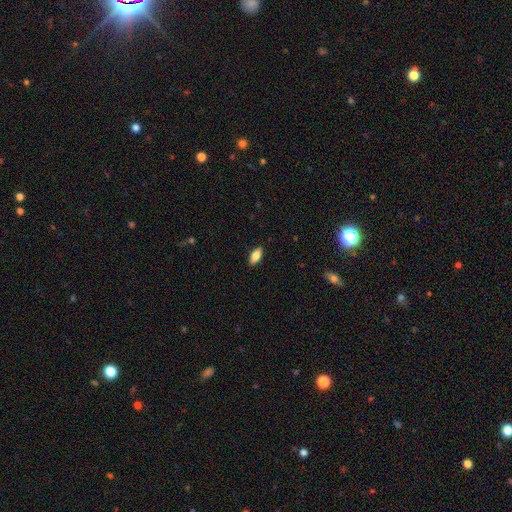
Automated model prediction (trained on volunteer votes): A smooth galaxy with no disk features (80%) that is in between round and cigar-shaped (86%). Merging: none (89%).